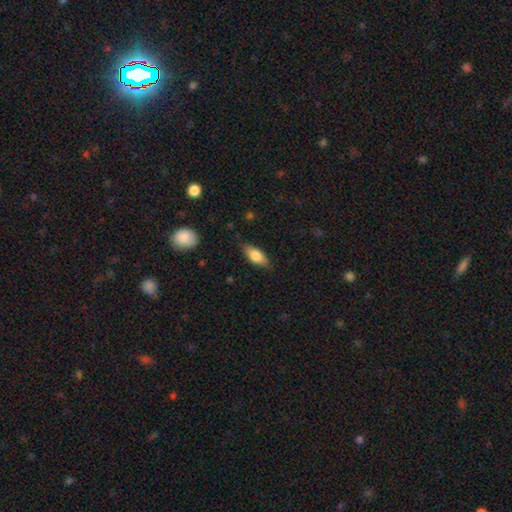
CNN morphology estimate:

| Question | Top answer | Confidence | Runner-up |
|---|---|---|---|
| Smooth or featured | smooth | 75% | featured or disk (19%) |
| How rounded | in between | 77% | cigar-shaped (20%) |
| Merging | none | 80% | minor disturbance (15%) |